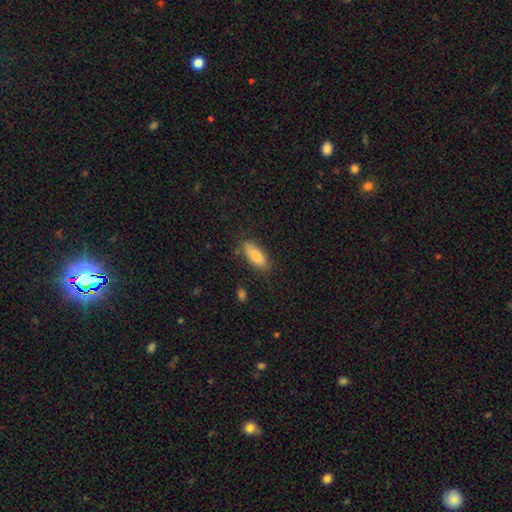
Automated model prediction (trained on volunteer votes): A smooth galaxy with no disk features (85%) that is in between round and cigar-shaped (75%). Merging: none (80%).